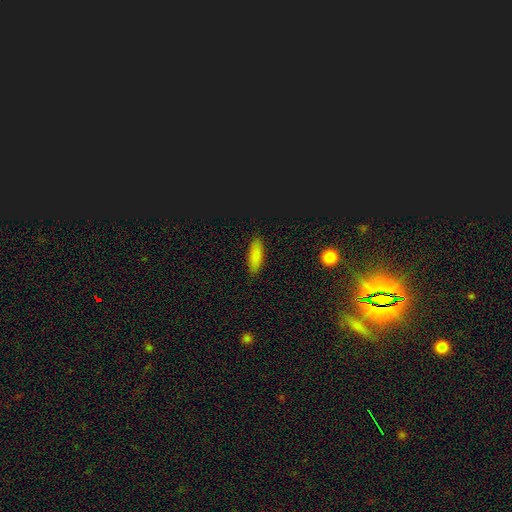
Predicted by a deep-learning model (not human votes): smooth_or_featured: smooth (p=0.83) [alt: star or artifact p=0.10]
how_rounded: in between (p=0.58) [alt: cigar-shaped p=0.40]
merging: none (p=0.87) [alt: minor disturbance p=0.10]